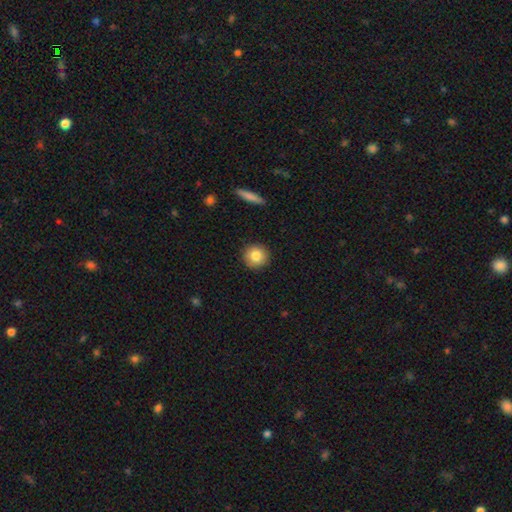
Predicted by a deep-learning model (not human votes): smooth_or_featured: smooth (p=0.83) [alt: featured or disk p=0.09]
how_rounded: round (p=0.94) [alt: in between p=0.05]
merging: none (p=0.91) [alt: minor disturbance p=0.06]